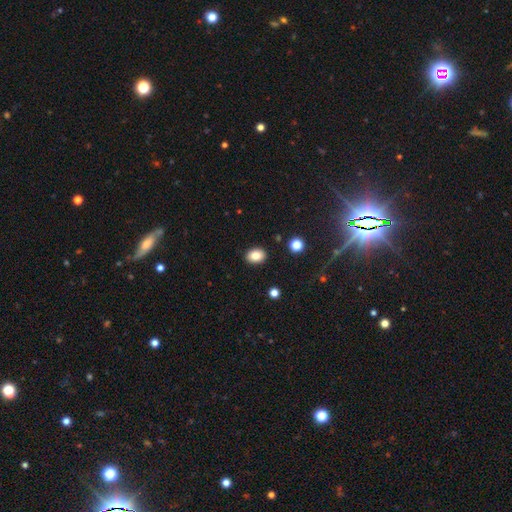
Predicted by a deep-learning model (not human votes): Smooth or featured: smooth — 84% (star or artifact — 10%)
How rounded: in between — 66% (round — 33%)
Merging: none — 90% (minor disturbance — 7%)